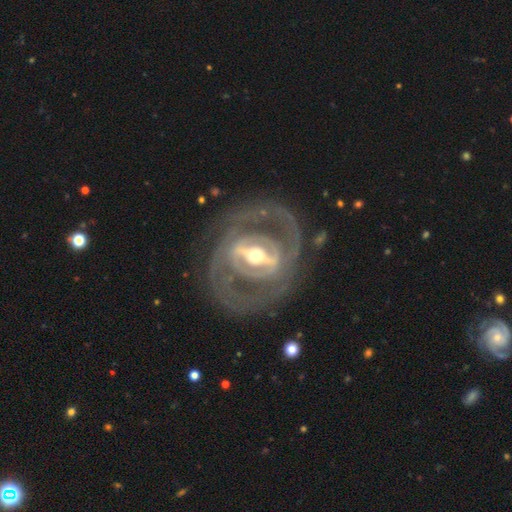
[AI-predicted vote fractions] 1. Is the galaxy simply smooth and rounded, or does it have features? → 88% featured or disk, 8% smooth, 5% star or artifact.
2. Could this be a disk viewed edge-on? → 93% no, 7% yes.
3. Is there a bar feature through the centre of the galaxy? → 70% strong, 20% weak, 10% no.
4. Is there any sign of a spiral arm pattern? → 72% yes, 28% no.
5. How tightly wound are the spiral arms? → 53% tight, 34% medium, 12% loose.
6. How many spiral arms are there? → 58% 2, 22% can't tell, 9% 3, 5% 1, 3% 4, 3% more than 4.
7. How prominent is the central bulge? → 62% moderate, 26% small, 10% large, 1% dominant, 1% none.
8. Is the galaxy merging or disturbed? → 74% none, 13% minor disturbance, 12% major disturbance, 2% merger.